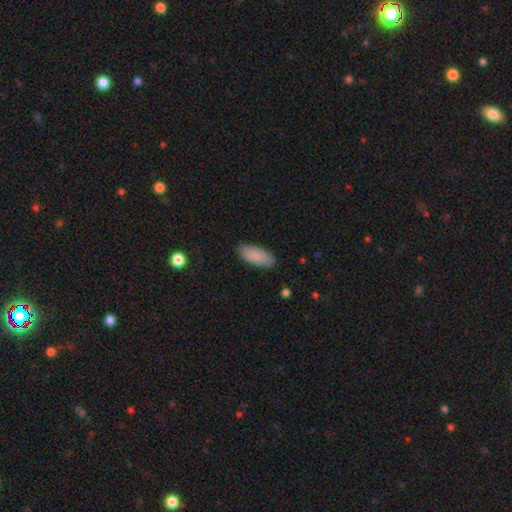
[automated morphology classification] smooth_or_featured: smooth (p=0.87) [alt: featured or disk p=0.07]
how_rounded: in between (p=0.85) [alt: cigar-shaped p=0.13]
merging: none (p=0.84) [alt: minor disturbance p=0.12]